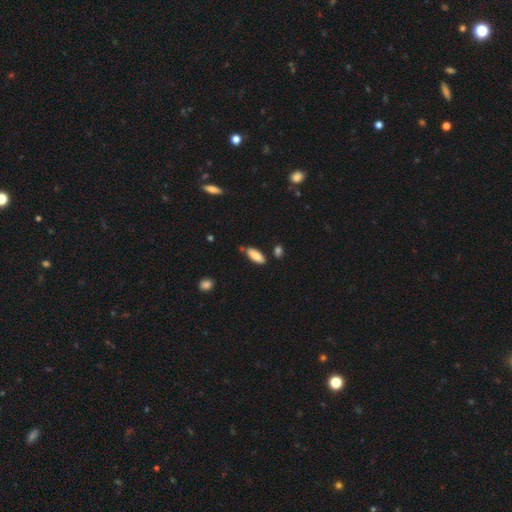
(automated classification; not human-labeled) Morphology: type=smooth (84%); roundness=in between (78%); merging=none (77%).